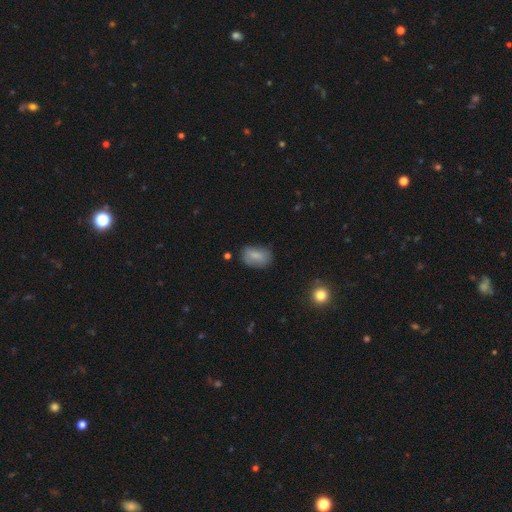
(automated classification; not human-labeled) Morphology: type=smooth (80%); roundness=in between (87%); merging=none (66%).